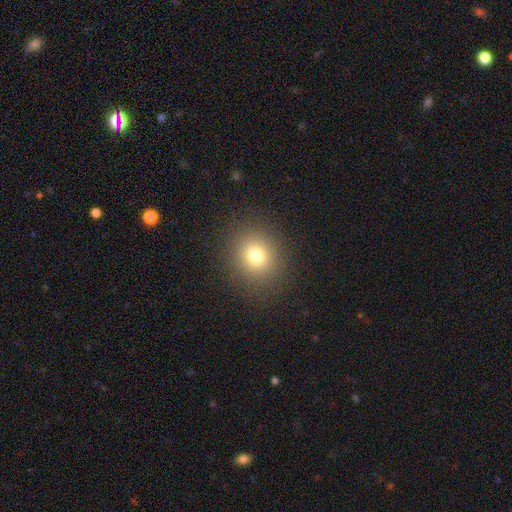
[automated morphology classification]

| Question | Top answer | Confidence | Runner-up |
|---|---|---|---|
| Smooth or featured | smooth | 75% | star or artifact (16%) |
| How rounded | round | 84% | in between (15%) |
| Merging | none | 89% | minor disturbance (6%) |